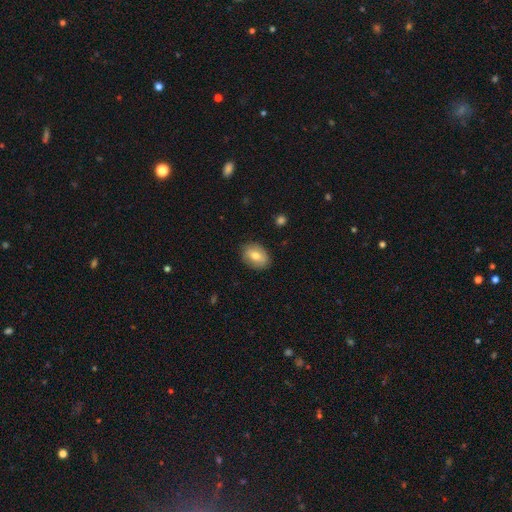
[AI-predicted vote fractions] The model was most divided on "how rounded": in between: 73%, round: 25%, cigar-shaped: 1%. More confident: merging — none (85%); smooth or featured — smooth (73%).